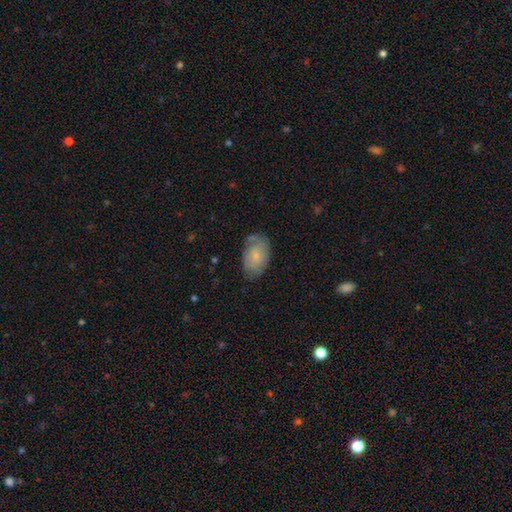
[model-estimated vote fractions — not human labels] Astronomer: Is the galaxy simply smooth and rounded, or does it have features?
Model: smooth — 69%.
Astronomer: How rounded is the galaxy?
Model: in between — 91%.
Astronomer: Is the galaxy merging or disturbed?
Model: none — 63%.